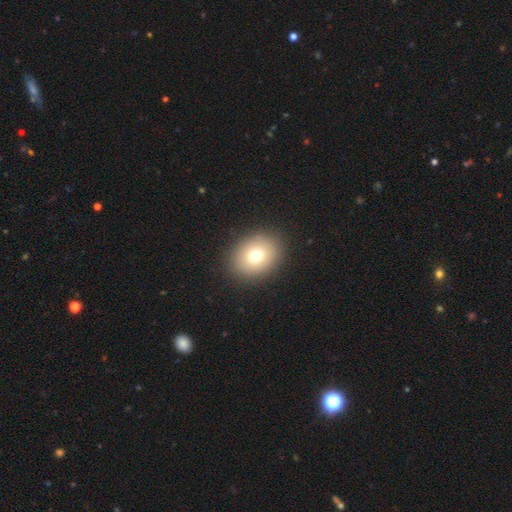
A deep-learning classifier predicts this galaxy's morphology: Smooth or featured: smooth — 73% (featured or disk — 14%)
How rounded: round — 50% (in between — 49%)
Merging: none — 89% (minor disturbance — 7%)